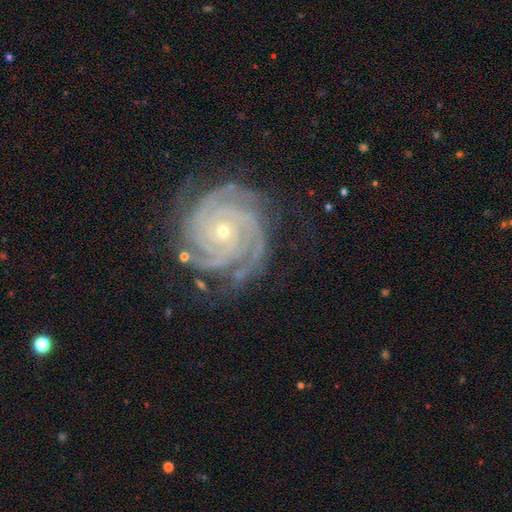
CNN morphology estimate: Smooth or featured? featured or disk (89%)
Edge-on disk? no (98%)
Bar? no (74%)
Spiral arms? yes (99%)
Spiral winding? tight (81%)
Spiral arm count? 3 (26%, tied with 4)
Bulge size? small (71%)
Merging? none (81%)